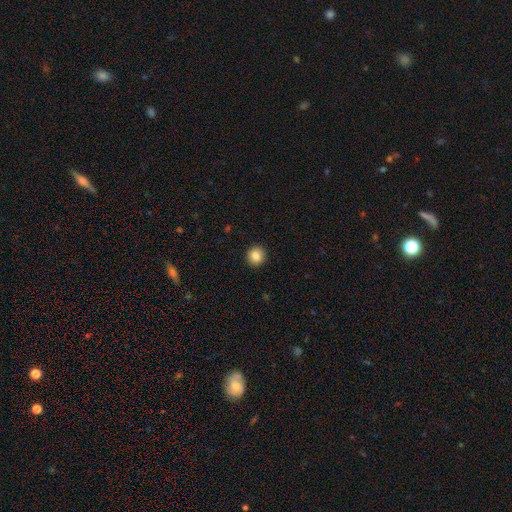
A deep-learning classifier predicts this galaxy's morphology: smooth_or_featured: smooth (p=0.86) [alt: star or artifact p=0.09]
how_rounded: round (p=0.94) [alt: in between p=0.05]
merging: none (p=0.93) [alt: minor disturbance p=0.04]